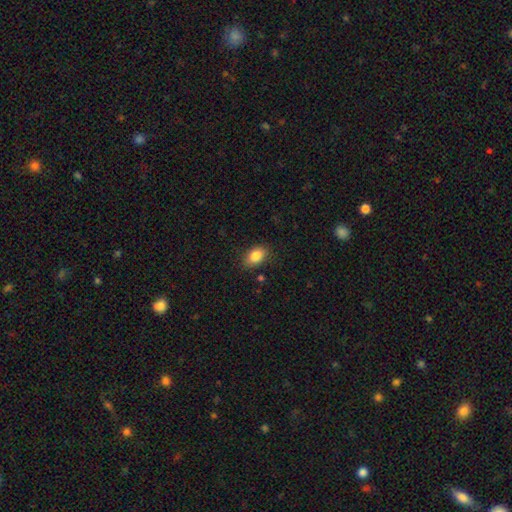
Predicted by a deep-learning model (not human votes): smooth 85%, star or artifact 8%, featured or disk 6%. Down the decision tree: how rounded — in between (86%); merging — none (84%).